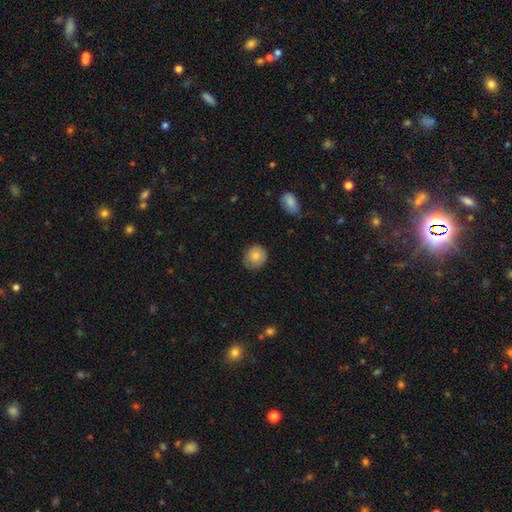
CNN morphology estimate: Smooth or featured? smooth (82%)
How rounded? round (84%)
Merging? none (80%)